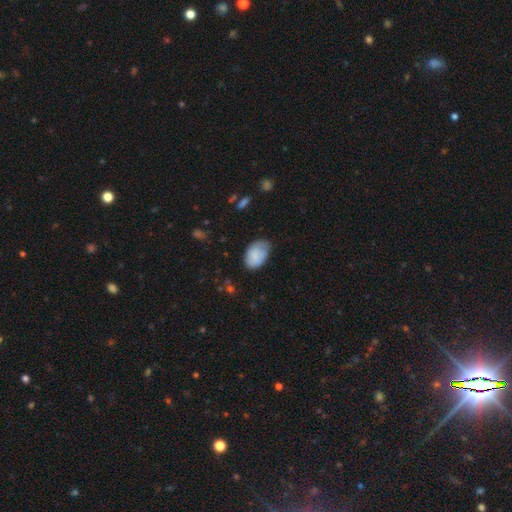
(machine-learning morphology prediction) A smooth galaxy with no disk features (78%) that is in between round and cigar-shaped (87%). Merging: none (53%).